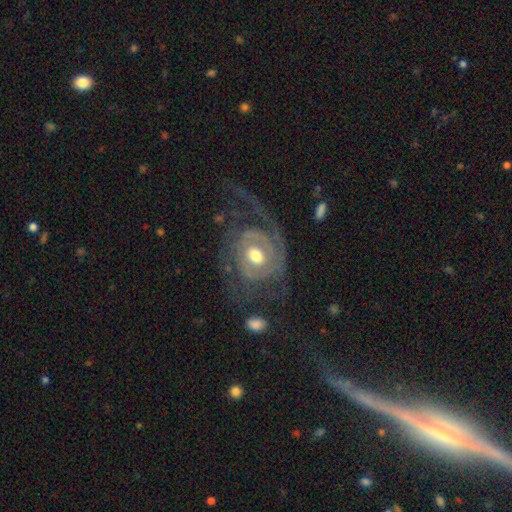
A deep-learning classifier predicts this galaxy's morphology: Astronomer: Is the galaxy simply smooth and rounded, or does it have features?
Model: featured or disk — 83%.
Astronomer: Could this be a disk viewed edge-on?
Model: no — 97%.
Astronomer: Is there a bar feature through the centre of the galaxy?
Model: no — 64%.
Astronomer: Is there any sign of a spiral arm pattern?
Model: yes — 86%.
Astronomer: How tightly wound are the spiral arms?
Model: tight — 47% (runner-up: medium, 34%).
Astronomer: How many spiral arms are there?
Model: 2 — 42% (runner-up: can't tell, 22%).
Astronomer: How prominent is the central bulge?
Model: moderate — 72%.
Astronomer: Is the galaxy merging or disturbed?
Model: none — 54%.